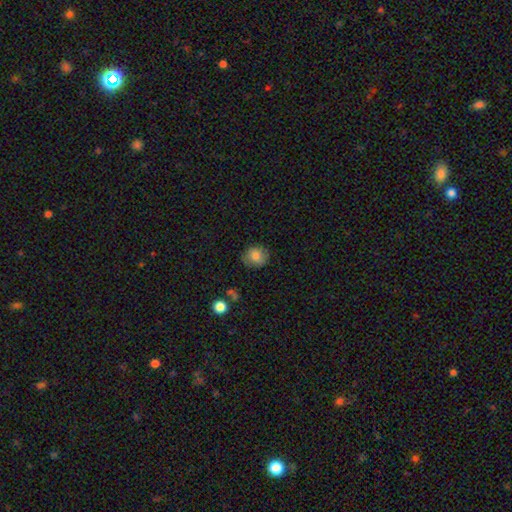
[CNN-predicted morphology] Smooth or featured? smooth (80%)
How rounded? round (74%)
Merging? none (80%)